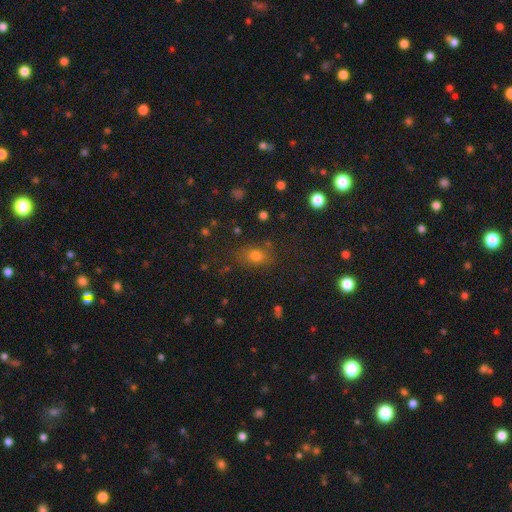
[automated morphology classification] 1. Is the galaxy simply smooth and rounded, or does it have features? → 71% smooth, 19% star or artifact, 9% featured or disk.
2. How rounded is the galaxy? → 60% in between, 37% round, 3% cigar-shaped.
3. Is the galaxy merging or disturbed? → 76% none, 15% minor disturbance, 6% major disturbance, 4% merger.